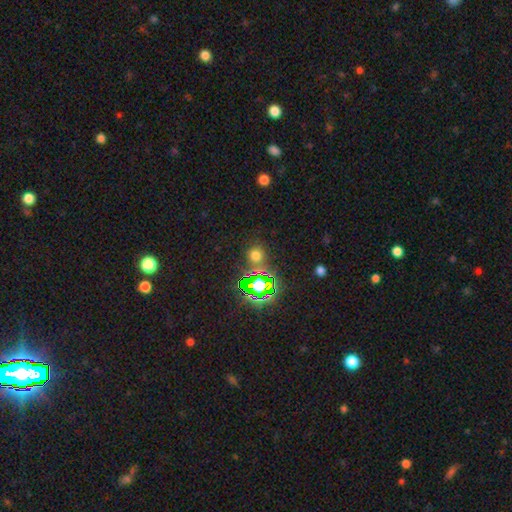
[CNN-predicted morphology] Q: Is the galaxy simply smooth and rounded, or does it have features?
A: smooth — 56%.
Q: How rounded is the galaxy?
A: round — 87%.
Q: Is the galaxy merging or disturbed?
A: none — 79%.